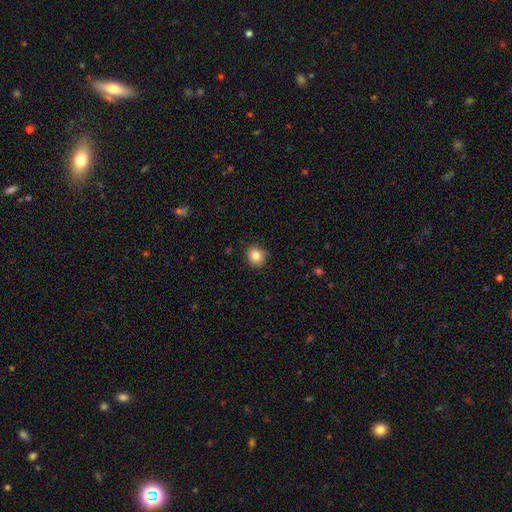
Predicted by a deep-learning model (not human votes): This is clearly a smooth galaxy (83%). How rounded: clearly round (81%). Merging: clearly none (86%).